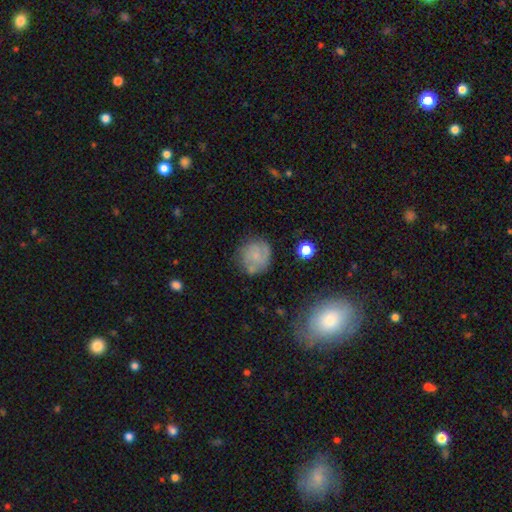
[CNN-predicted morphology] smooth_or_featured: smooth (p=0.48) [alt: featured or disk p=0.43]
merging: none (p=0.69) [alt: minor disturbance p=0.19]